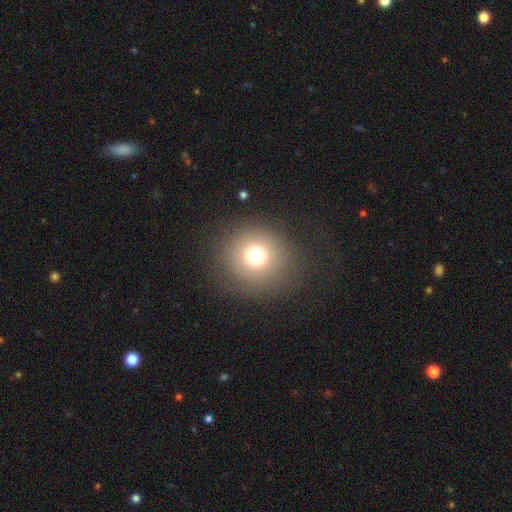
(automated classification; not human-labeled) A smooth galaxy with no disk features (72%) that is round (92%).

Vote fractions:
- Smooth or featured? smooth: 72% / star or artifact: 17% / featured or disk: 12%
- How rounded? round: 92% / in between: 7% / cigar-shaped: 1%
- Merging? none: 84% / minor disturbance: 8% / major disturbance: 6% / merger: 1%